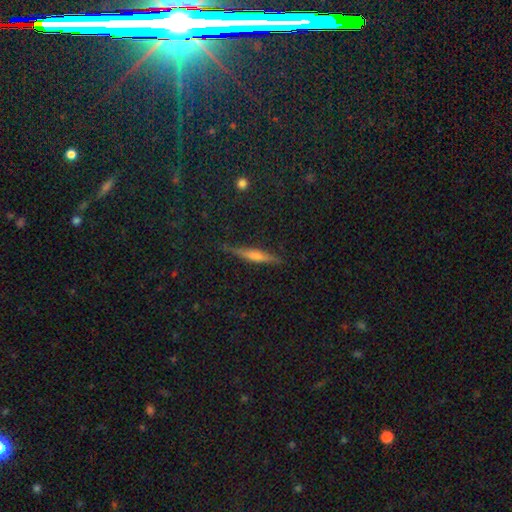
Smooth or featured: featured or disk — 62% (smooth — 38%)
Edge-on disk: yes — 100%
Edge-on bulge: rounded — 75% (boxy — 17%)
Merging: none — 87% (minor disturbance — 8%)